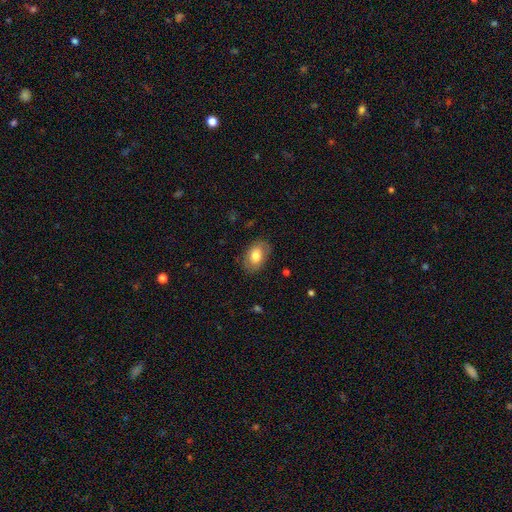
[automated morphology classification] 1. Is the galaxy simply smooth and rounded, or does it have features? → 72% smooth, 21% featured or disk, 7% star or artifact.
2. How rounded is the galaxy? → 86% in between, 13% round, 1% cigar-shaped.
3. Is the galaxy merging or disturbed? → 81% none, 14% minor disturbance, 4% major disturbance, 1% merger.